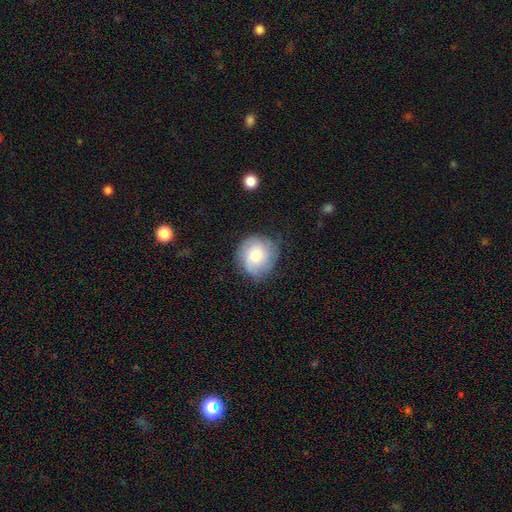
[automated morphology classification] A smooth galaxy with no disk features (61%) that is round (86%). Merging: none (74%).